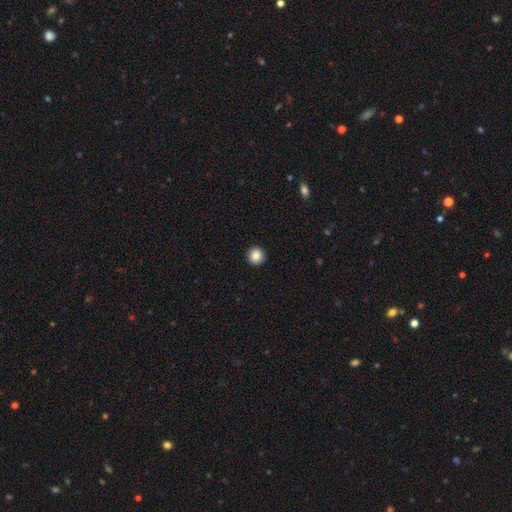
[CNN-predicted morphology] smooth_or_featured: smooth (p=0.86) [alt: star or artifact p=0.09]
how_rounded: round (p=0.96) [alt: in between p=0.03]
merging: none (p=0.93) [alt: minor disturbance p=0.04]